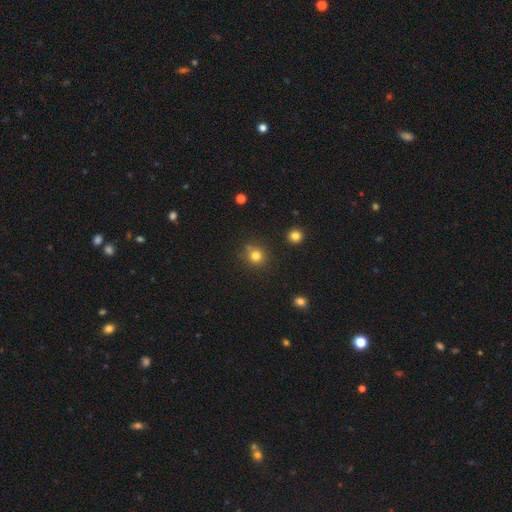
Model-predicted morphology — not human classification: Smooth or featured: smooth — 79% (star or artifact — 15%)
How rounded: round — 91% (in between — 8%)
Merging: none — 79% (minor disturbance — 10%)